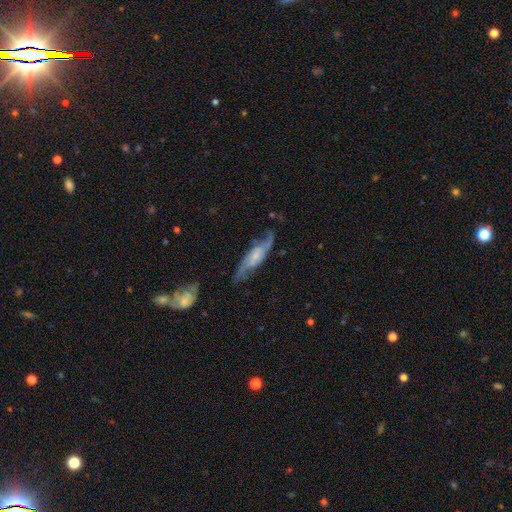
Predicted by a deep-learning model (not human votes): Smooth or featured? featured or disk (76%)
Edge-on disk? no (79%)
Bar? no (56%)
Spiral arms? yes (93%)
Spiral winding? loose (44%)
Spiral arm count? 2 (83%)
Bulge size? small (48%)
Merging? none (66%)